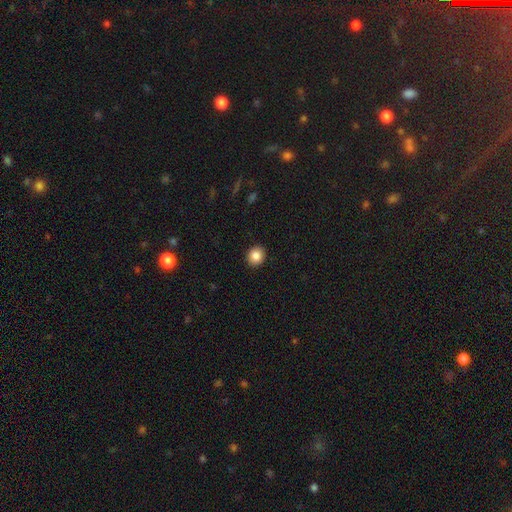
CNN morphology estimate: This is clearly a smooth galaxy (86%). How rounded: likely round (73%). Merging: clearly none (92%).